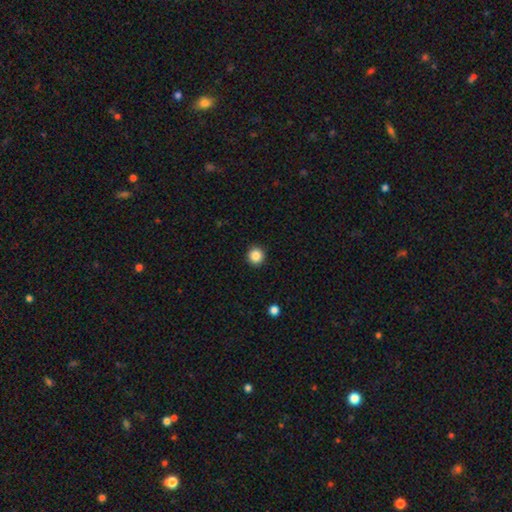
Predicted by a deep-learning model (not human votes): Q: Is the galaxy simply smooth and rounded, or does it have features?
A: smooth — 86%.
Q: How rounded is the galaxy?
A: round — 95%.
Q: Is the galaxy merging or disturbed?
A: none — 93%.